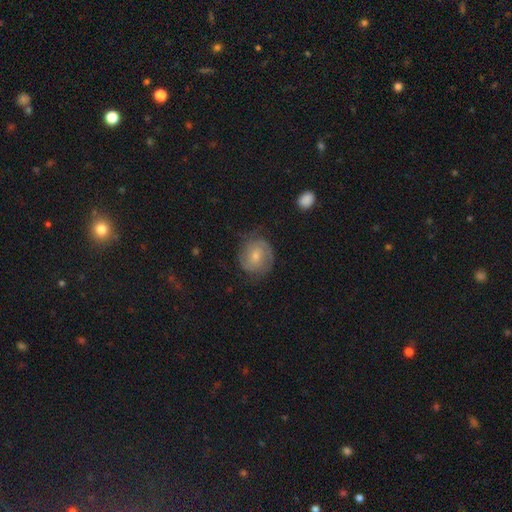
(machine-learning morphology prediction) featured or disk 54%, smooth 39%, star or artifact 7%. Down the decision tree: edge-on disk — no (97%); bar — no (51%); spiral arms — yes (84%); bulge size — small (52%); merging — none (67%).